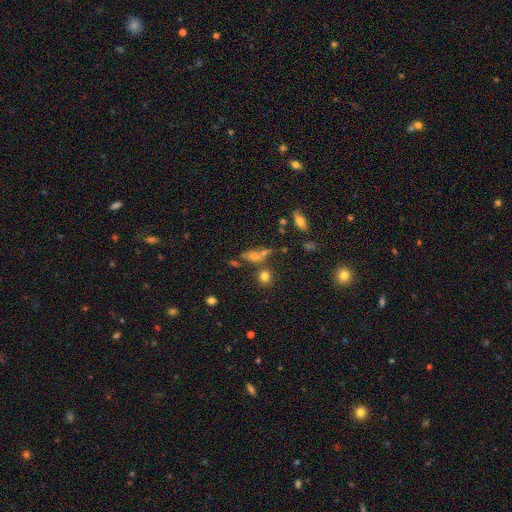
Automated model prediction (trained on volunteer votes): A smooth galaxy with no disk features (59%) that is in between round and cigar-shaped (49%). Merging: none (46%).